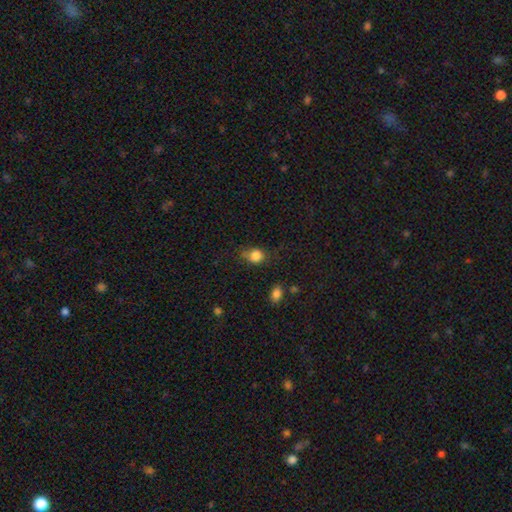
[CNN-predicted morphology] Smooth or featured?
  - smooth: 83% *
  - star or artifact: 11%
  - featured or disk: 7%
How rounded?
  - round: 63% *
  - in between: 36%
  - cigar-shaped: 1%
Merging?
  - none: 53% *
  - minor disturbance: 32%
  - major disturbance: 11%
  - merger: 4%